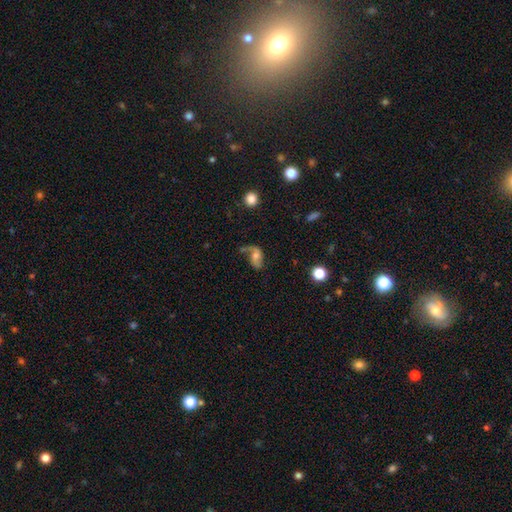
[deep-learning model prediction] Smooth or featured?
  - featured or disk: 67% *
  - smooth: 24%
  - star or artifact: 9%
Edge-on disk?
  - no: 96% *
  - yes: 4%
Bar?
  - no: 62% *
  - weak: 30%
  - strong: 9%
Spiral arms?
  - yes: 89% *
  - no: 11%
Spiral winding?
  - loose: 73% *
  - medium: 21%
  - tight: 6%
Spiral arm count?
  - 2: 74% *
  - 1: 20%
  - can't tell: 3%
  - 3: 1%
  - 4: 1%
  - more than 4: 1%
Bulge size?
  - moderate: 56% *
  - small: 28%
  - large: 9%
  - none: 5%
  - dominant: 2%
Merging?
  - none: 47% *
  - minor disturbance: 24%
  - major disturbance: 22%
  - merger: 6%